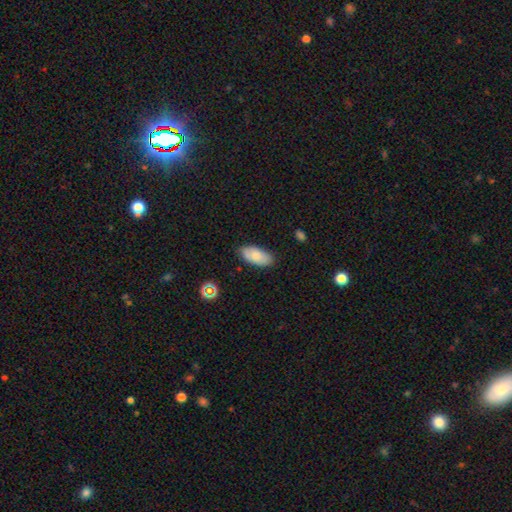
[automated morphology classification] A smooth galaxy with no disk features (78%) that is in between round and cigar-shaped (92%).

Vote fractions:
- Smooth or featured? smooth: 78% / featured or disk: 14% / star or artifact: 7%
- How rounded? in between: 92% / cigar-shaped: 6% / round: 2%
- Merging? none: 83% / minor disturbance: 13% / major disturbance: 2% / merger: 1%